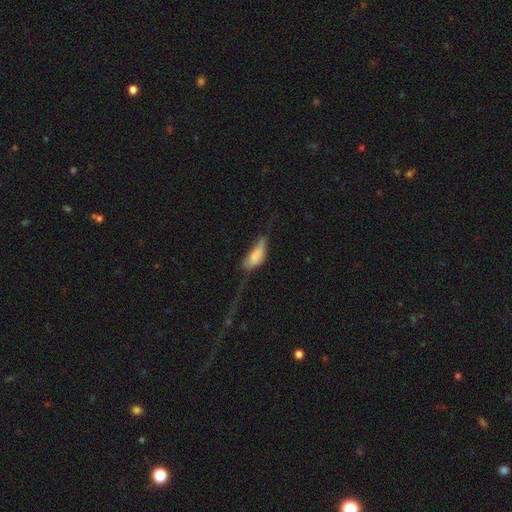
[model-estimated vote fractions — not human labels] A smooth galaxy with no disk features (68%) that is in between round and cigar-shaped (82%). Merging: major disturbance (51%).